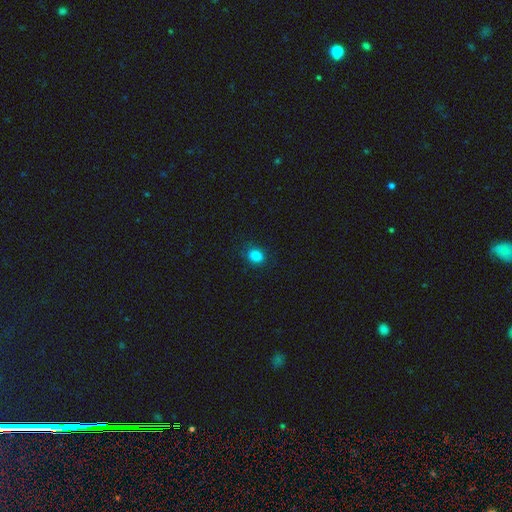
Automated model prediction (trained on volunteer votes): Smooth or featured? smooth (85%)
How rounded? in between (57%)
Merging? none (82%)